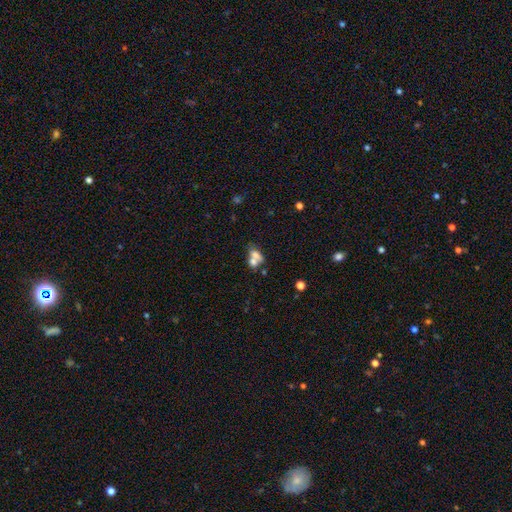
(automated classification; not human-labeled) Smooth or featured?
  - smooth: 65% *
  - featured or disk: 24%
  - star or artifact: 11%
How rounded?
  - in between: 68% *
  - round: 28%
  - cigar-shaped: 4%
Merging?
  - merger: 64% *
  - none: 22%
  - minor disturbance: 8%
  - major disturbance: 6%